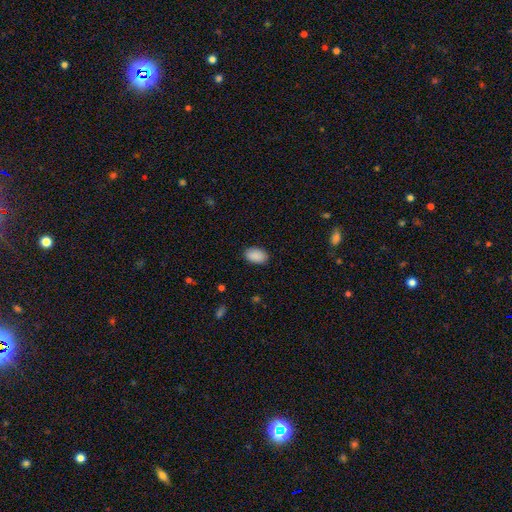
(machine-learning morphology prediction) A smooth galaxy with no disk features (90%) that is in between round and cigar-shaped (91%).

Vote fractions:
- Smooth or featured? smooth: 90% / star or artifact: 7% / featured or disk: 3%
- How rounded? in between: 91% / round: 8% / cigar-shaped: 1%
- Merging? none: 87% / minor disturbance: 9% / major disturbance: 2% / merger: 1%